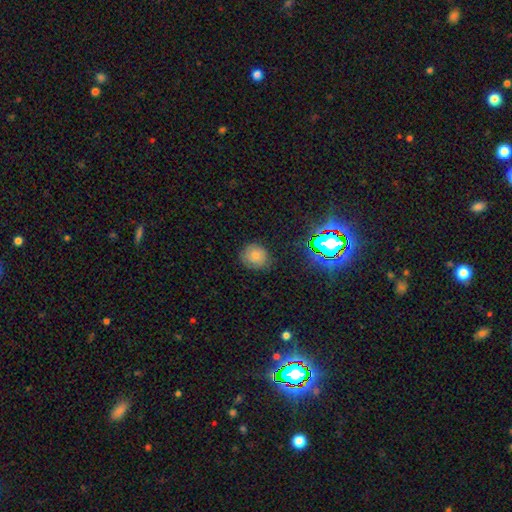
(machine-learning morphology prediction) type=smooth (72%); roundness=round (80%); merging=none (80%).